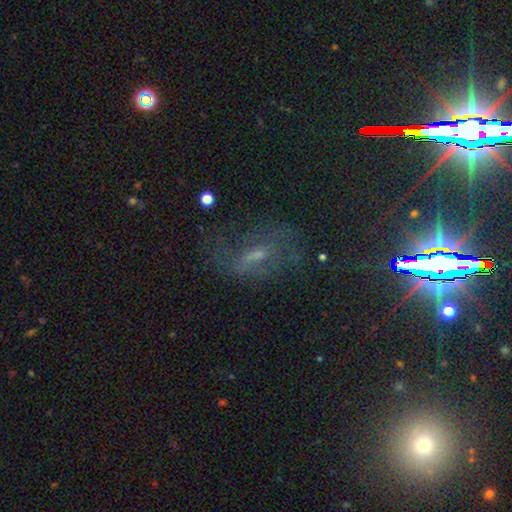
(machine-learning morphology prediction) smooth-or-featured: featured or disk: 47% | smooth: 26% | star or artifact: 26%
  merging: none: 50% | major disturbance: 26% | minor disturbance: 21% | merger: 3%